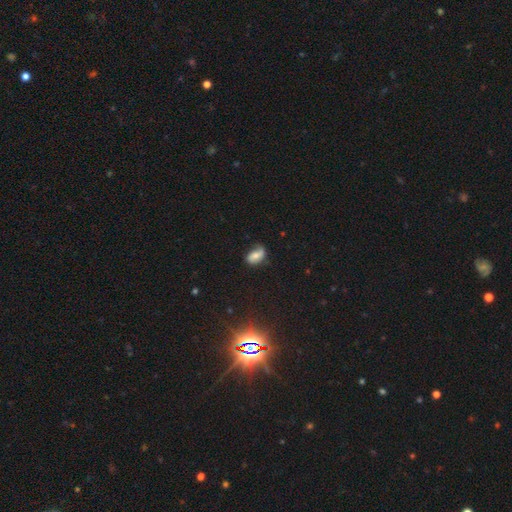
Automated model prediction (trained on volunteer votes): A smooth galaxy with no disk features (48%). Merging: none (54%).